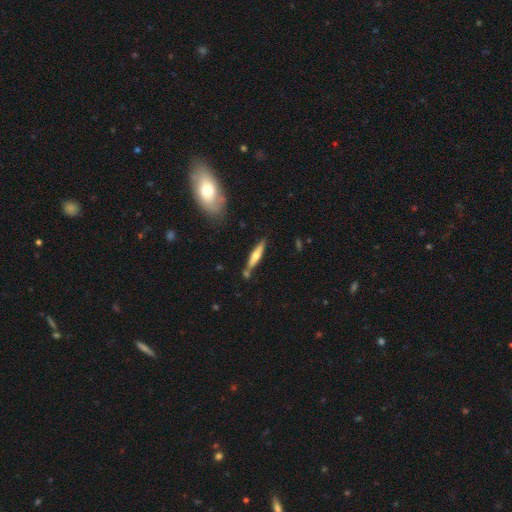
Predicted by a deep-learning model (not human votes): This appears to be a smooth galaxy with no disk features (48%). Merging: none (74%).